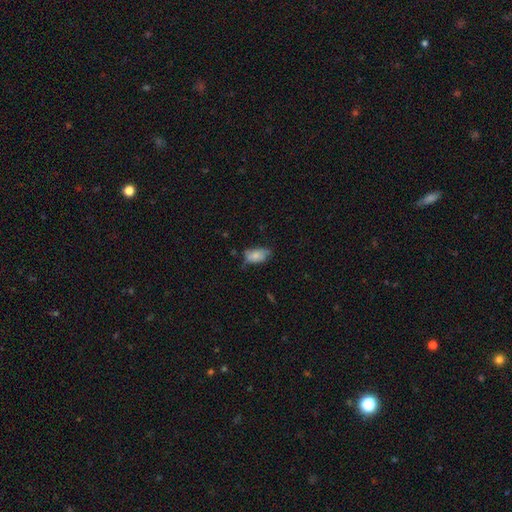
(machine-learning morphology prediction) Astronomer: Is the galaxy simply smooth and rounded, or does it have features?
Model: smooth — 71%.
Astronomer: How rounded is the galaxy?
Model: in between — 92%.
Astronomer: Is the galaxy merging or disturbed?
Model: none — 47% (runner-up: minor disturbance, 38%).